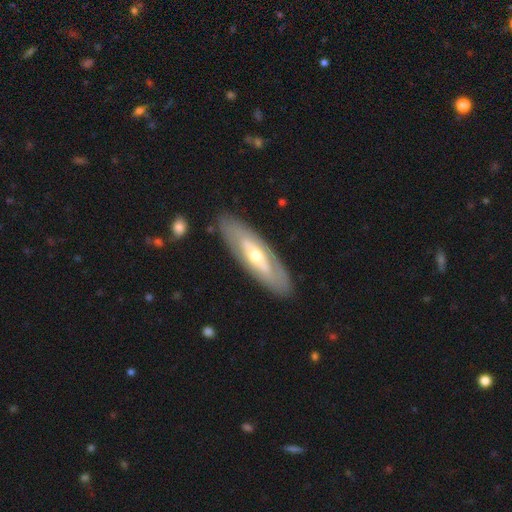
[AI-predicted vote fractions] smooth-or-featured: featured or disk: 64% | smooth: 32% | star or artifact: 5%
  disk-edge-on: no: 72% | yes: 28%
  merging: none: 85% | minor disturbance: 10% | major disturbance: 3% | merger: 2%